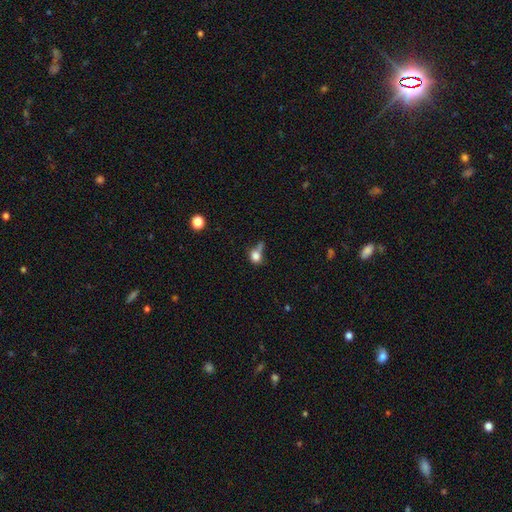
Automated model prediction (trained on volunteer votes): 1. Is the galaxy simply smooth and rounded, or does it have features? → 77% smooth, 12% star or artifact, 11% featured or disk.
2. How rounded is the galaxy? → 61% round, 37% in between, 2% cigar-shaped.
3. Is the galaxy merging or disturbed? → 35% none, 24% merger, 23% minor disturbance, 18% major disturbance.